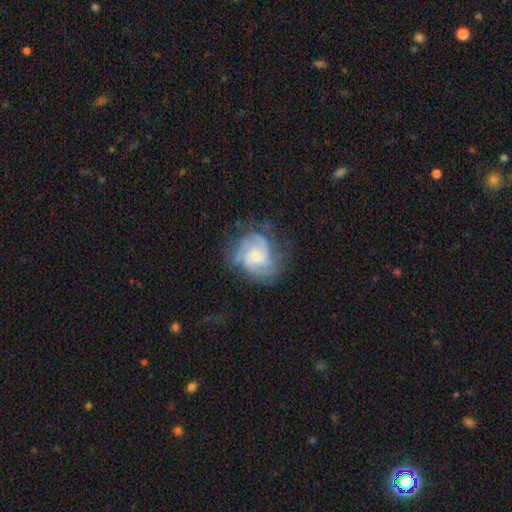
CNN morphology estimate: type=featured or disk (84%); edge-on=no (98%); bar=no (66%); spiral arms=yes (96%); winding=tight (52%); arm count=3 (34%); bulge=small (59%); merging=none (66%).